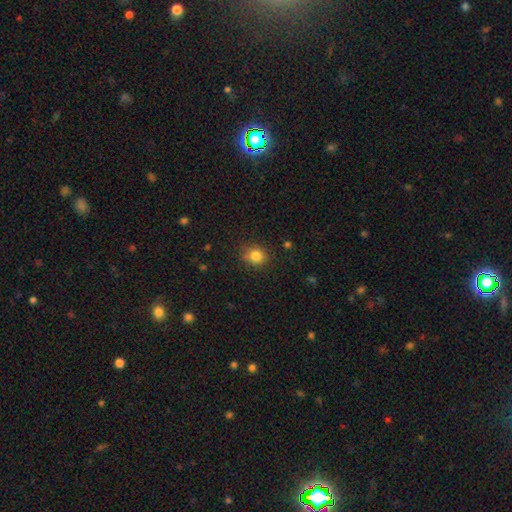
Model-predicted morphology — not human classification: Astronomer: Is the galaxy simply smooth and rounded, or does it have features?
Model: smooth — 83%.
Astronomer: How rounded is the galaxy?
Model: round — 76%.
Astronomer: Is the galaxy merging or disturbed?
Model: none — 82%.